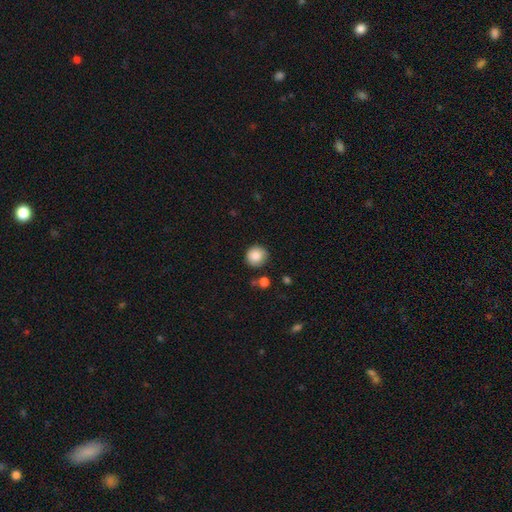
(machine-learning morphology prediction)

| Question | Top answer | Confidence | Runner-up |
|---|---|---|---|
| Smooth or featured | smooth | 86% | star or artifact (9%) |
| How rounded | round | 91% | in between (9%) |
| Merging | none | 83% | minor disturbance (11%) |